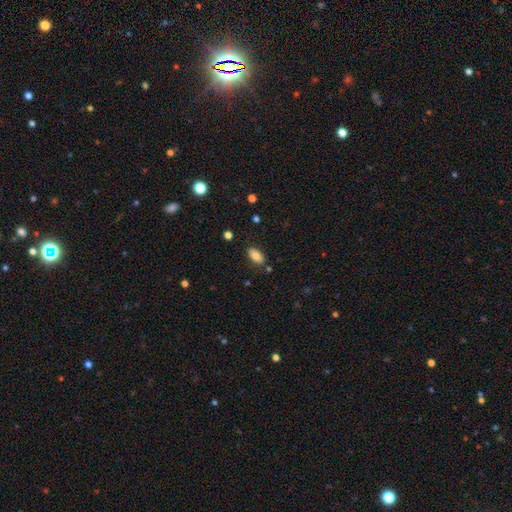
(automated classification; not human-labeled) A smooth galaxy with no disk features (80%) that is in between round and cigar-shaped (93%).

Vote fractions:
- Smooth or featured? smooth: 80% / featured or disk: 11% / star or artifact: 8%
- How rounded? in between: 93% / round: 4% / cigar-shaped: 4%
- Merging? none: 82% / minor disturbance: 13% / major disturbance: 3% / merger: 3%